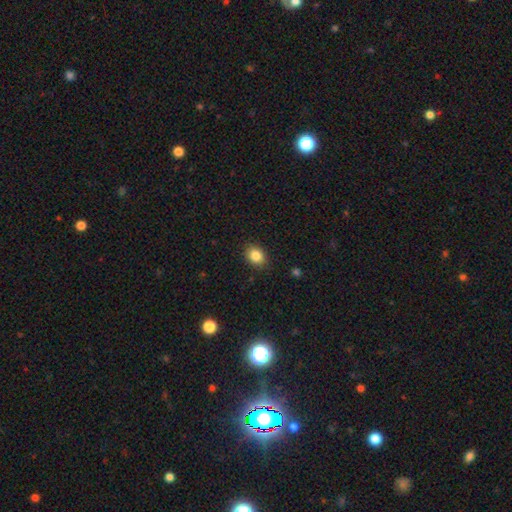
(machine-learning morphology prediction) Q: Smooth or featured?
A: smooth (85%); runner-up: star or artifact (10%)
Q: How rounded?
A: in between (53%); runner-up: round (46%)
Q: Merging?
A: none (88%); runner-up: minor disturbance (9%)